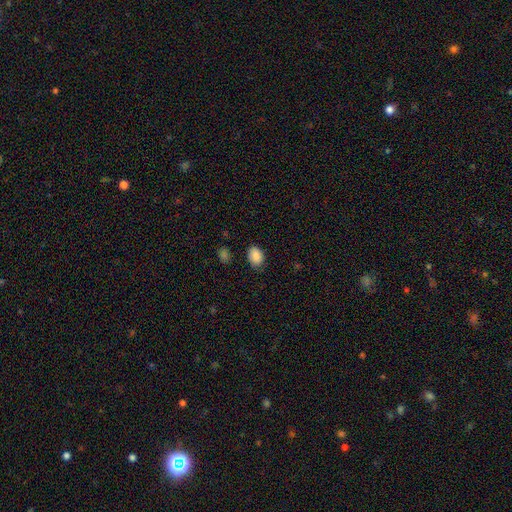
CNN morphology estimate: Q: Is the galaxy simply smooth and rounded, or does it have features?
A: smooth — 88%.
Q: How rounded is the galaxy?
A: in between — 76%.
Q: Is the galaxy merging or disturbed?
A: none — 79%.